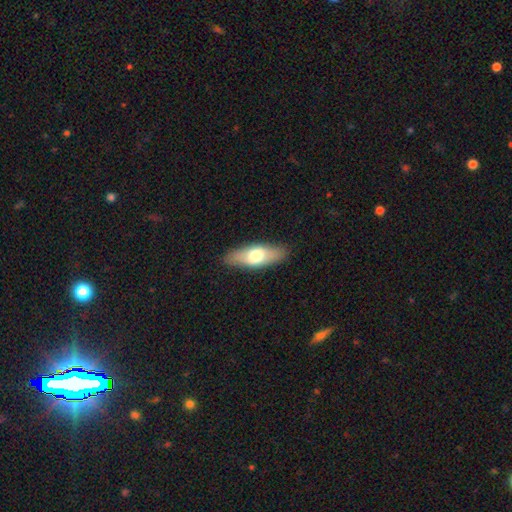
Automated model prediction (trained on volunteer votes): Smooth or featured: smooth — 63% (featured or disk — 31%)
How rounded: in between — 66% (cigar-shaped — 31%)
Merging: none — 87% (minor disturbance — 10%)